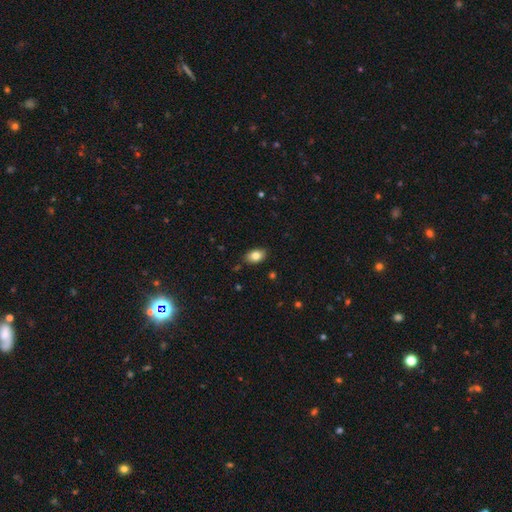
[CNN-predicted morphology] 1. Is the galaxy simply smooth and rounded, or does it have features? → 82% smooth, 9% featured or disk, 8% star or artifact.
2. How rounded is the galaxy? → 86% in between, 13% round, 1% cigar-shaped.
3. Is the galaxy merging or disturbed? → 84% none, 12% minor disturbance, 2% major disturbance, 2% merger.